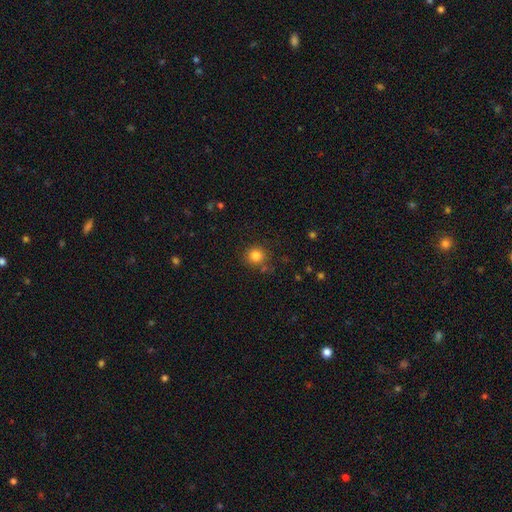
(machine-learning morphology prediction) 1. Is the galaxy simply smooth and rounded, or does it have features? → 82% smooth, 12% star or artifact, 5% featured or disk.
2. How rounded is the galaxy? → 92% round, 7% in between, 1% cigar-shaped.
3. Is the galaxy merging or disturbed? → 83% none, 10% minor disturbance, 5% merger, 3% major disturbance.